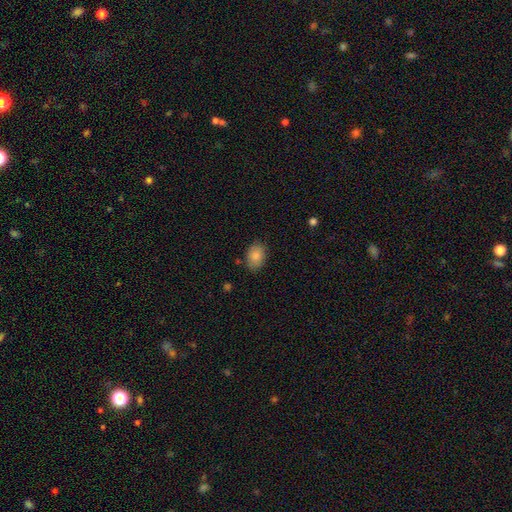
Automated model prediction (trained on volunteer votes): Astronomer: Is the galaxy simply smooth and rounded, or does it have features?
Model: smooth — 85%.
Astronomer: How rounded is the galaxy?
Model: in between — 82%.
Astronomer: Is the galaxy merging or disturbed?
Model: none — 82%.